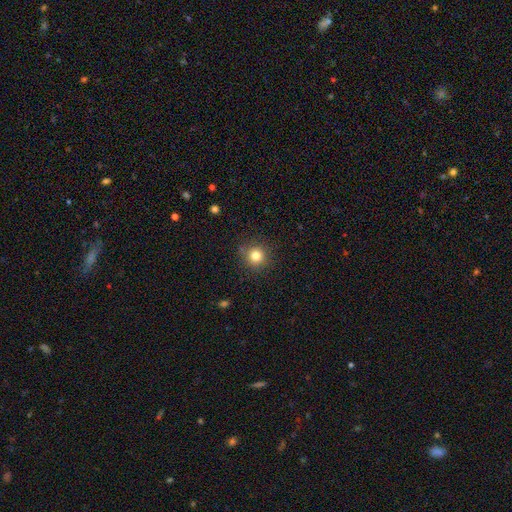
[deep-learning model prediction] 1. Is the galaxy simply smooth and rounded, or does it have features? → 81% smooth, 13% star or artifact, 6% featured or disk.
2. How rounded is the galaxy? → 94% round, 5% in between, 1% cigar-shaped.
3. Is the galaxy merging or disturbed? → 88% none, 8% minor disturbance, 3% major disturbance, 1% merger.